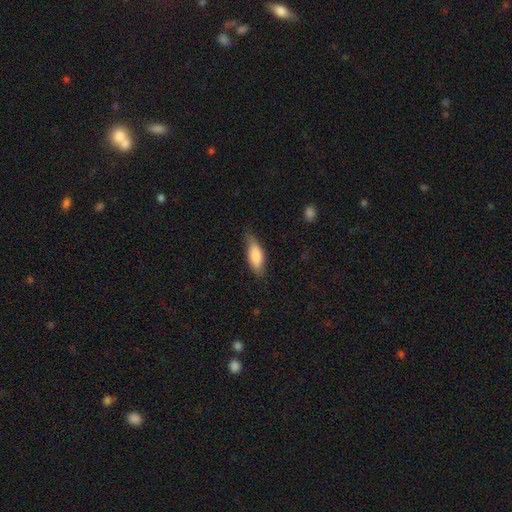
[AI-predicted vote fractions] smooth-or-featured: smooth: 81% | featured or disk: 13% | star or artifact: 6%
  how-rounded: in between: 72% | cigar-shaped: 26% | round: 2%
  merging: none: 66% | minor disturbance: 27% | major disturbance: 6% | merger: 1%